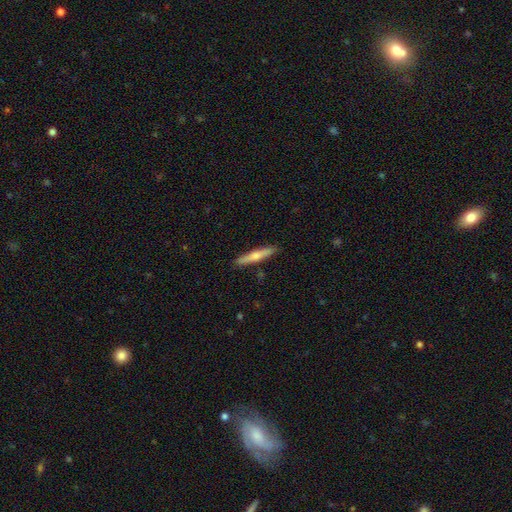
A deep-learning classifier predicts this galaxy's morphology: The model was most divided on "smooth or featured": smooth: 53%, featured or disk: 42%, star or artifact: 5%. More confident: how rounded — cigar-shaped (92%); merging — none (90%).